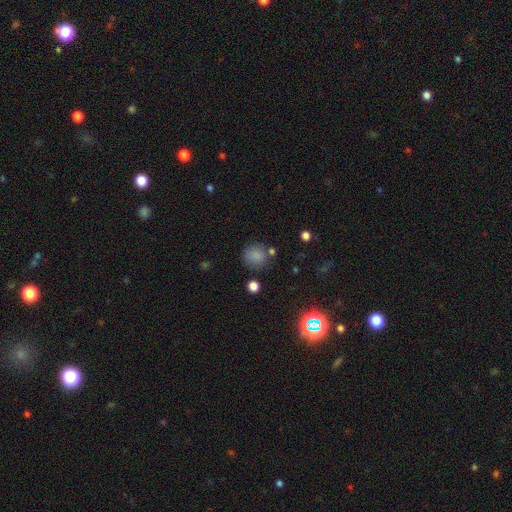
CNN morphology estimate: Overall: smooth (81%). How rounded: round (83%). Merging: none (75%).